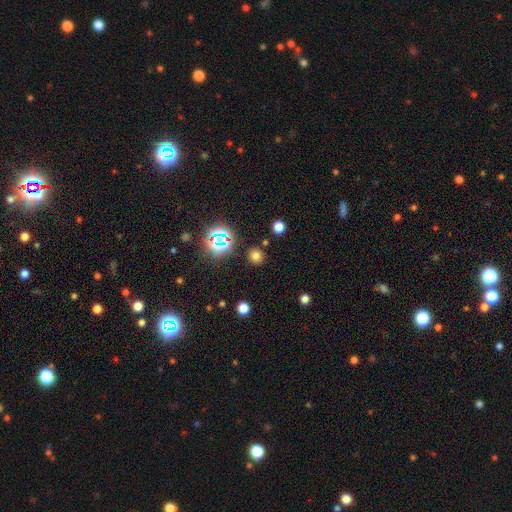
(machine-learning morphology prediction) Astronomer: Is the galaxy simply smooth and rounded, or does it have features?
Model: smooth — 68%.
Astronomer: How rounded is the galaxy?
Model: round — 91%.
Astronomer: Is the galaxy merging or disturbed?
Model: none — 86%.